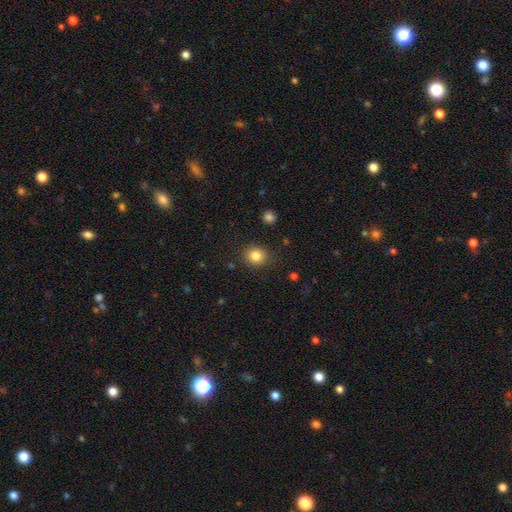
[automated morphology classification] smooth_or_featured: smooth (p=0.83) [alt: star or artifact p=0.11]
how_rounded: round (p=0.81) [alt: in between p=0.18]
merging: none (p=0.86) [alt: minor disturbance p=0.09]